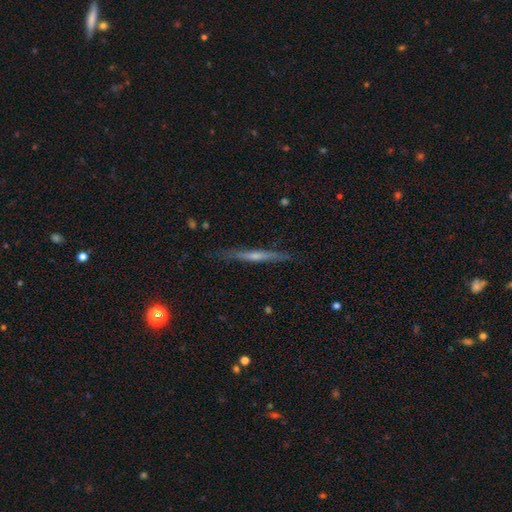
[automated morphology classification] Smooth or featured? Predicted: featured or disk (p=0.62). Edge-on disk? Predicted: yes (p=0.97). Edge-on bulge? Predicted: none (p=0.49). Merging? Predicted: none (p=0.86).